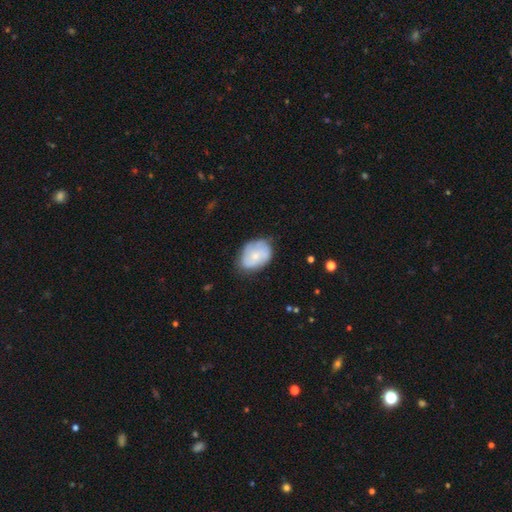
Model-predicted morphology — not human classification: type=smooth (54%); roundness=in between (74%); merging=none (62%).